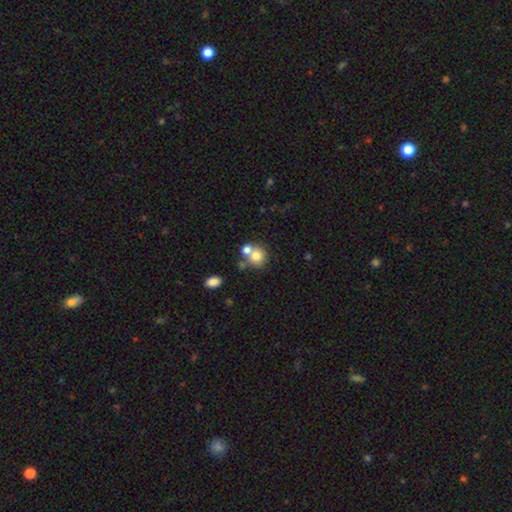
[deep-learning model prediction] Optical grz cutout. It shows a smooth galaxy with no disk features (74%) that is round (83%). Merging: none (46%).